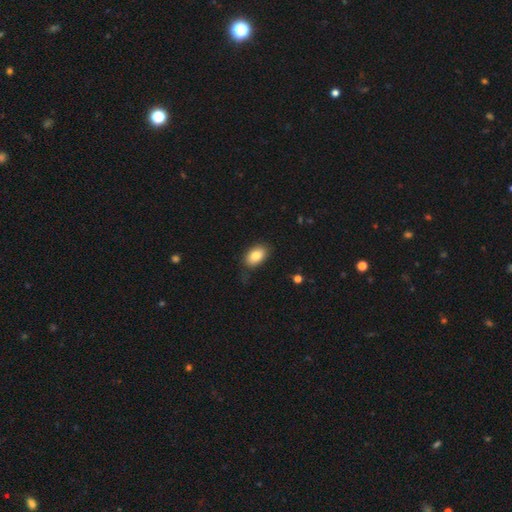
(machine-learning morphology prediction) smooth-or-featured: smooth: 84% | featured or disk: 8% | star or artifact: 8%
  how-rounded: in between: 90% | round: 8% | cigar-shaped: 2%
  merging: none: 77% | minor disturbance: 17% | major disturbance: 4% | merger: 1%